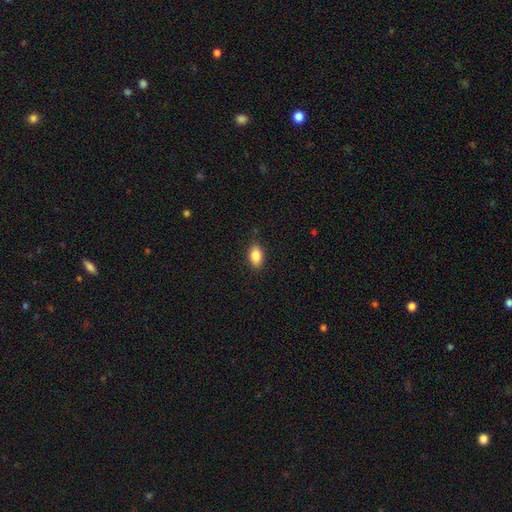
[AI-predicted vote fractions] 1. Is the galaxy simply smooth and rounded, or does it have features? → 86% smooth, 8% star or artifact, 6% featured or disk.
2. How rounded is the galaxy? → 88% in between, 9% round, 3% cigar-shaped.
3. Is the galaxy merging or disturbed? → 86% none, 11% minor disturbance, 2% major disturbance, 1% merger.